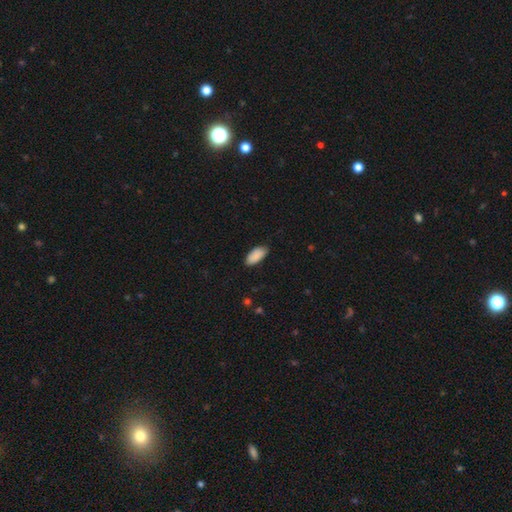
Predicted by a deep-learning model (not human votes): A smooth galaxy with no disk features (90%) that is in between round and cigar-shaped (92%).

Vote fractions:
- Smooth or featured? smooth: 90% / star or artifact: 6% / featured or disk: 4%
- How rounded? in between: 92% / cigar-shaped: 6% / round: 2%
- Merging? none: 82% / minor disturbance: 15% / major disturbance: 2% / merger: 1%